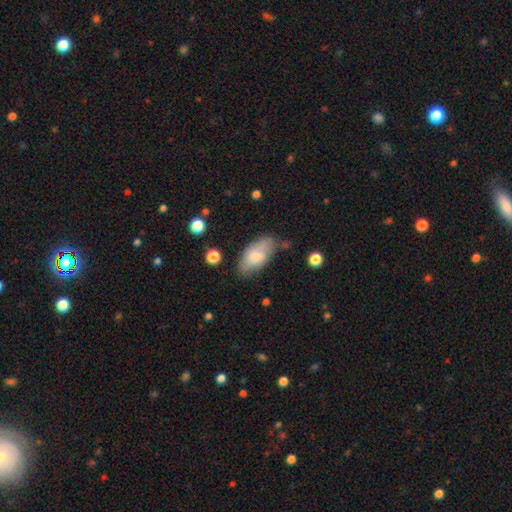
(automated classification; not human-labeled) Overall: smooth (73%). How rounded: in between (91%). Merging: none (60%; minor disturbance 27%).